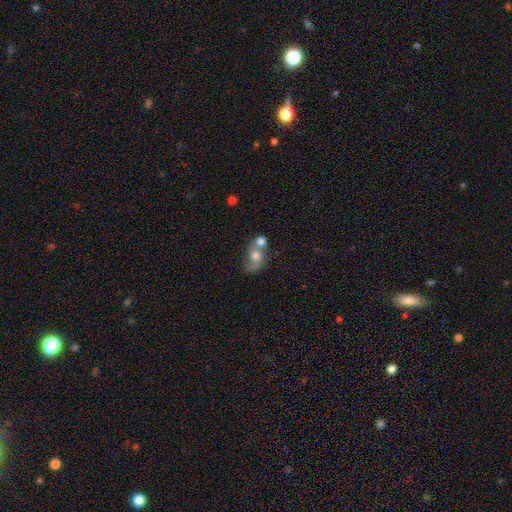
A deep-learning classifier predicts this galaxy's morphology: type=smooth (56%); roundness=in between (54%); merging=merger (60%).